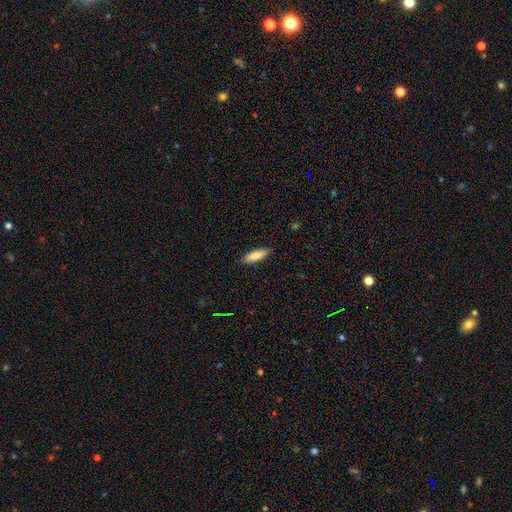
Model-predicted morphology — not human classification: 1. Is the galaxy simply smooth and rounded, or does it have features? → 83% smooth, 10% featured or disk, 6% star or artifact.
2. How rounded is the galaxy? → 50% cigar-shaped, 48% in between, 2% round.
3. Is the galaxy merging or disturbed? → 88% none, 9% minor disturbance, 2% major disturbance, 1% merger.